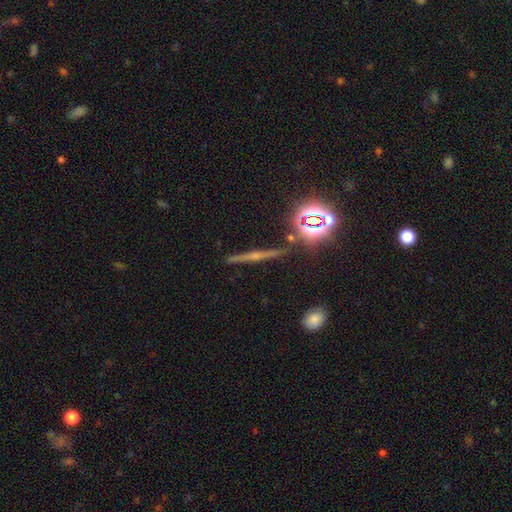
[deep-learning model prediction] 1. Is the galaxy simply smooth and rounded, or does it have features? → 60% featured or disk, 22% star or artifact, 17% smooth.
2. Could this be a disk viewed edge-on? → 96% yes, 4% no.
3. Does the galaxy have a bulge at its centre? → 76% rounded, 16% none, 8% boxy.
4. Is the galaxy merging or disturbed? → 89% none, 7% minor disturbance, 2% merger, 2% major disturbance.